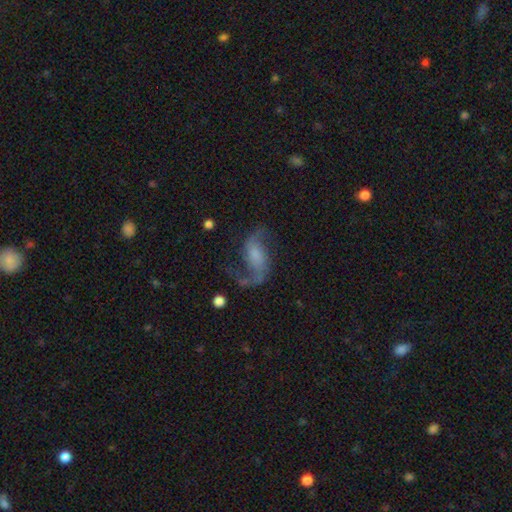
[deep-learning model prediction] A featured or disk galaxy (84%) with no bar (42%), 2 (89%) loose (72%) spiral arms (96%) and a small central bulge (34%). Merging: none (64%).